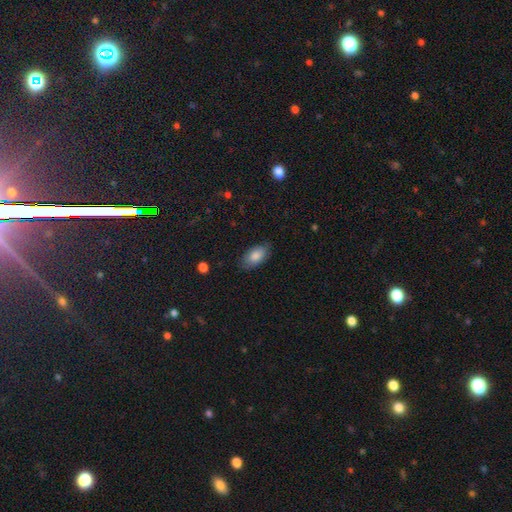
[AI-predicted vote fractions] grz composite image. It shows a smooth galaxy with no disk features (84%) that is in between round and cigar-shaped (93%). Merging: none (80%).